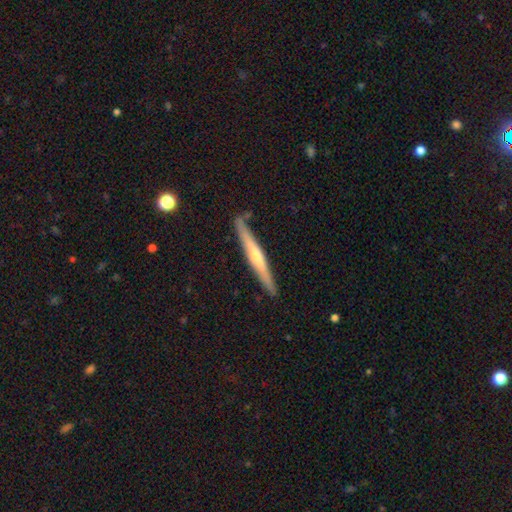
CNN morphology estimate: Smooth or featured?
  - featured or disk: 66% *
  - smooth: 28%
  - star or artifact: 6%
Edge-on disk?
  - yes: 97% *
  - no: 3%
Edge-on bulge?
  - rounded: 77% *
  - none: 19%
  - boxy: 4%
Merging?
  - none: 88% *
  - minor disturbance: 9%
  - merger: 2%
  - major disturbance: 2%